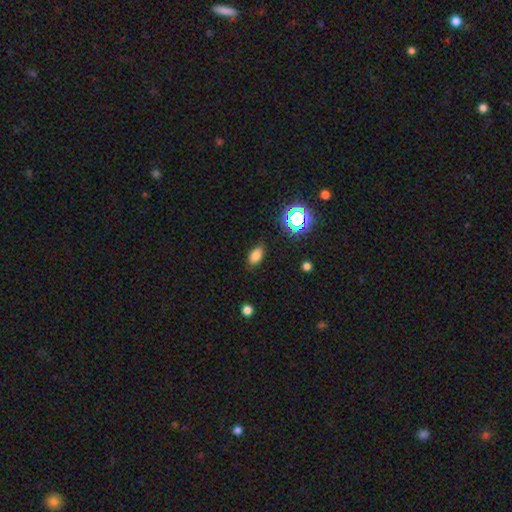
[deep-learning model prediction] A smooth galaxy with no disk features (77%) that is in between round and cigar-shaped (88%).

Vote fractions:
- Smooth or featured? smooth: 77% / star or artifact: 16% / featured or disk: 7%
- How rounded? in between: 88% / round: 8% / cigar-shaped: 3%
- Merging? none: 83% / minor disturbance: 12% / major disturbance: 3% / merger: 1%